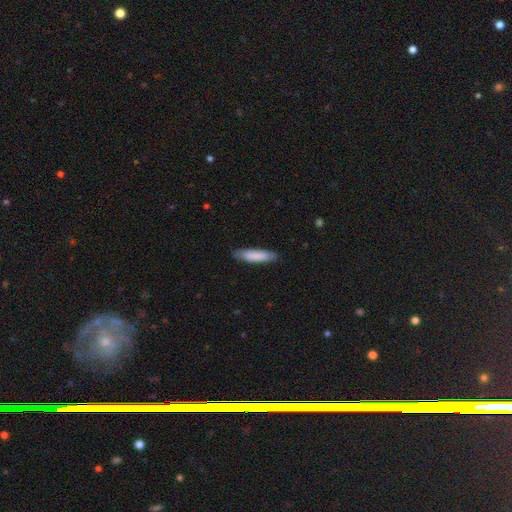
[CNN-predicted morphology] Q: Smooth or featured?
A: smooth (84%); runner-up: featured or disk (11%)
Q: How rounded?
A: cigar-shaped (77%); runner-up: in between (21%)
Q: Merging?
A: none (83%); runner-up: minor disturbance (13%)